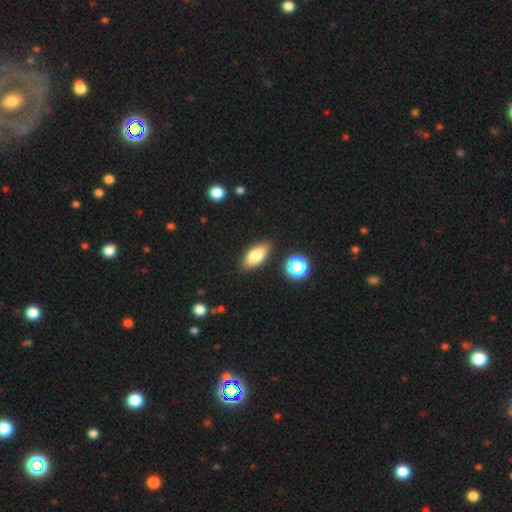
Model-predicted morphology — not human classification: This appears to be a smooth galaxy with no disk features (75%) that is in between round and cigar-shaped (80%). Merging: none (86%).